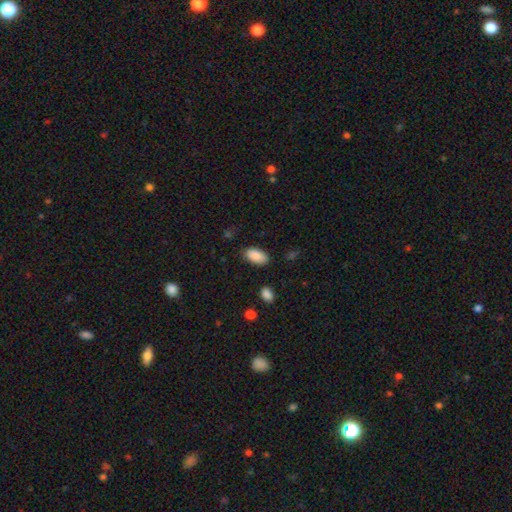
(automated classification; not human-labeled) smooth 89%, star or artifact 7%, featured or disk 4%. Down the decision tree: how rounded — in between (94%); merging — none (83%).